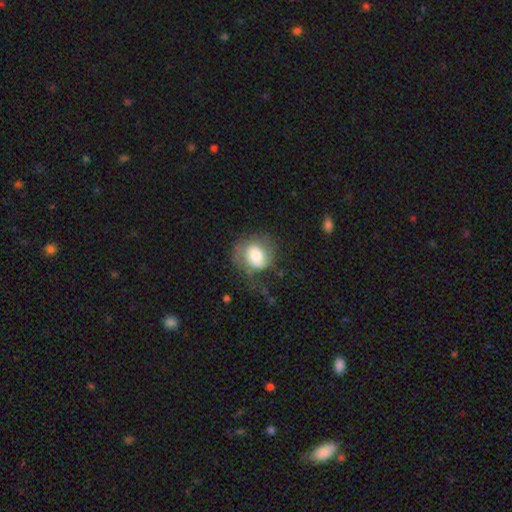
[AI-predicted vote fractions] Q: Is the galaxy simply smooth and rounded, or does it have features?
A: smooth — 63%.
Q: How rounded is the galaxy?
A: round — 68%.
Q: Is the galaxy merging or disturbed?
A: none — 49%.